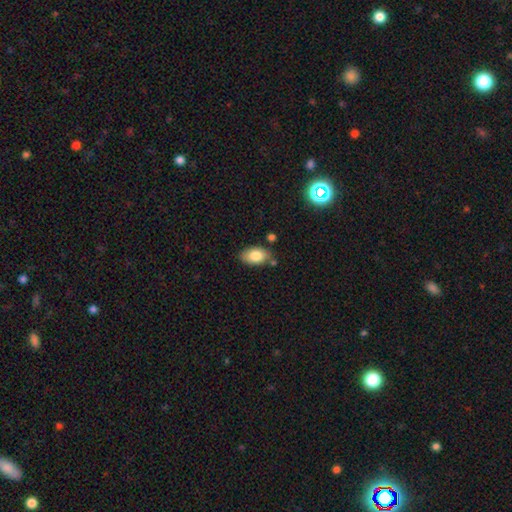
A smooth galaxy with no disk features (79%) that is in between round and cigar-shaped (87%). Merging: none (78%).